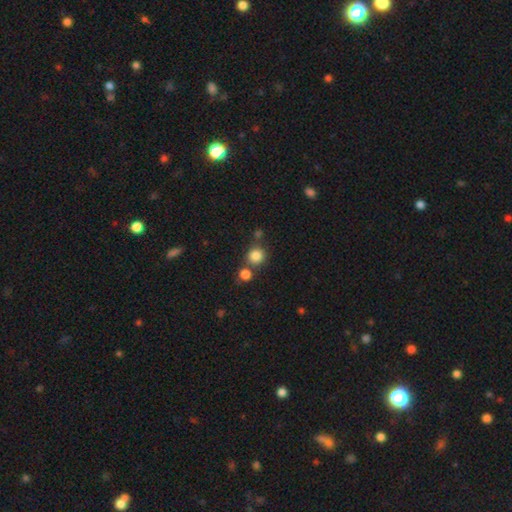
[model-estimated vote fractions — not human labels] Q: Smooth or featured?
A: smooth (83%); runner-up: star or artifact (12%)
Q: How rounded?
A: round (90%); runner-up: in between (9%)
Q: Merging?
A: none (69%); runner-up: merger (20%)